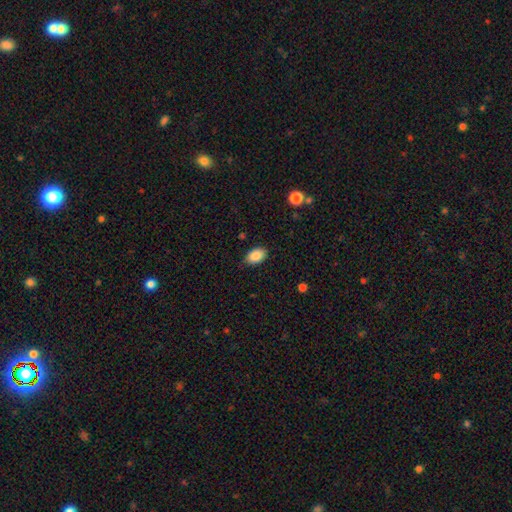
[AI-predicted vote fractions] A smooth galaxy with no disk features (89%) that is in between round and cigar-shaped (89%).

Vote fractions:
- Smooth or featured? smooth: 89% / star or artifact: 7% / featured or disk: 4%
- How rounded? in between: 89% / round: 10% / cigar-shaped: 1%
- Merging? none: 84% / minor disturbance: 13% / major disturbance: 3% / merger: 1%